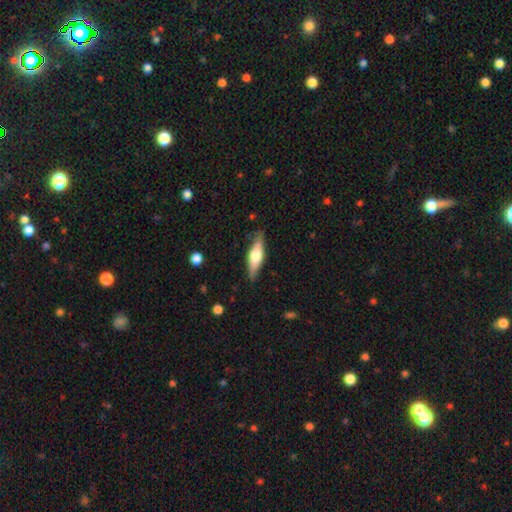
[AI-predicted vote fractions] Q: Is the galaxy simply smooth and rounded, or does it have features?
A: featured or disk — 49%.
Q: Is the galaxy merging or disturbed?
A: none — 85%.